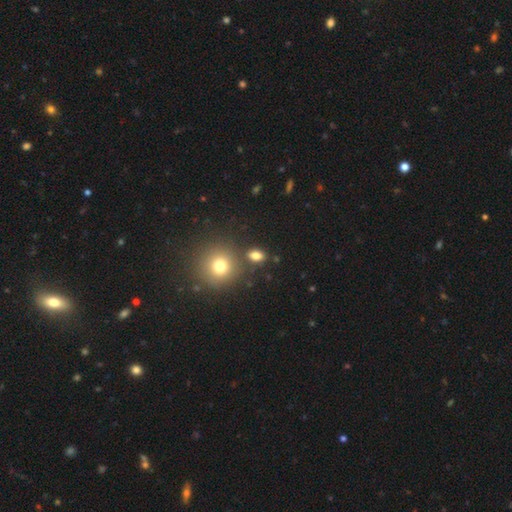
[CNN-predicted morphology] This is likely a smooth galaxy (79%). How rounded: likely in between (74%). Merging: likely none (78%).